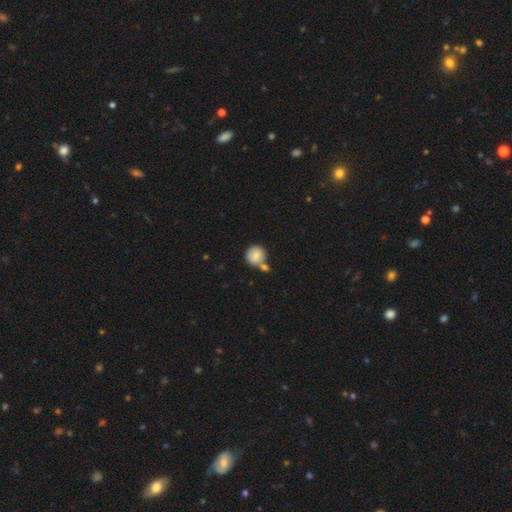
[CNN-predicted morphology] Smooth or featured: smooth — 84% (featured or disk — 9%)
How rounded: round — 91% (in between — 8%)
Merging: none — 58% (merger — 26%)